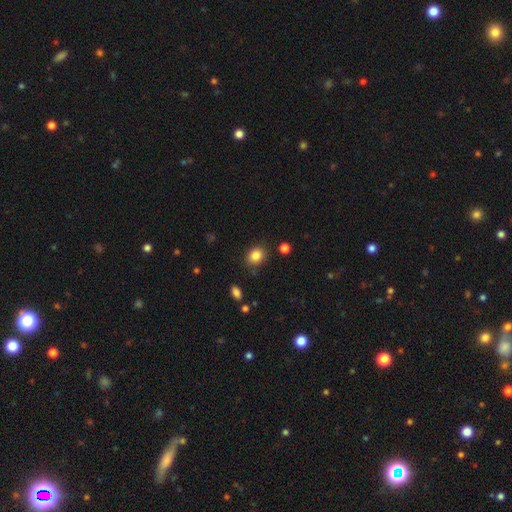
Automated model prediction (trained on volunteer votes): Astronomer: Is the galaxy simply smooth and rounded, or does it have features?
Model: smooth — 85%.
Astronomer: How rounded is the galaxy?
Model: round — 60% (runner-up: in between, 39%).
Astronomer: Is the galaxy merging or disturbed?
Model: none — 84%.